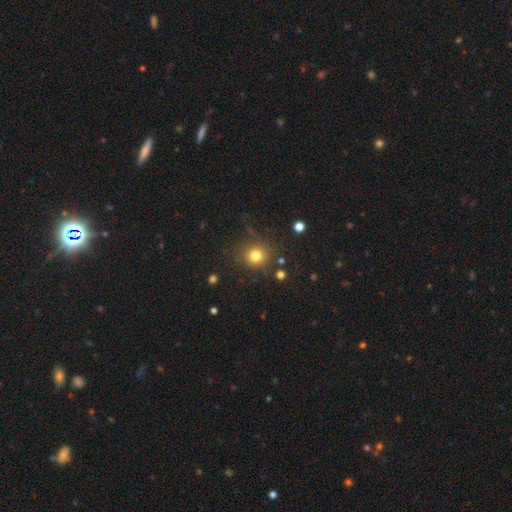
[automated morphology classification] Smooth or featured? Predicted: smooth (p=0.78). How rounded? Predicted: round (p=0.91). Merging? Predicted: none (p=0.82).